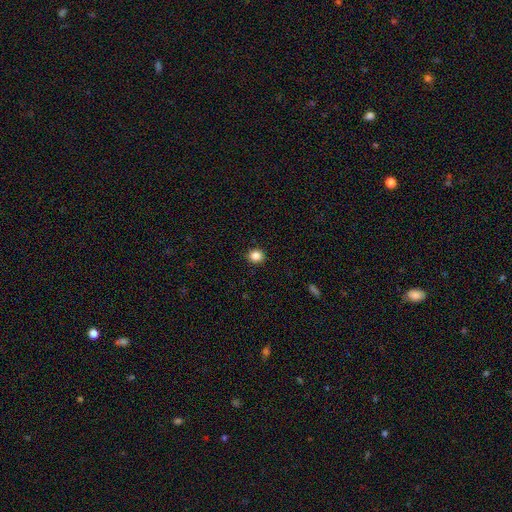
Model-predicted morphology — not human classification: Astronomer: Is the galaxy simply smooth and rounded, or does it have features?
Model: smooth — 86%.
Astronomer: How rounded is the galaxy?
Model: round — 86%.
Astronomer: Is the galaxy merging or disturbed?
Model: none — 91%.